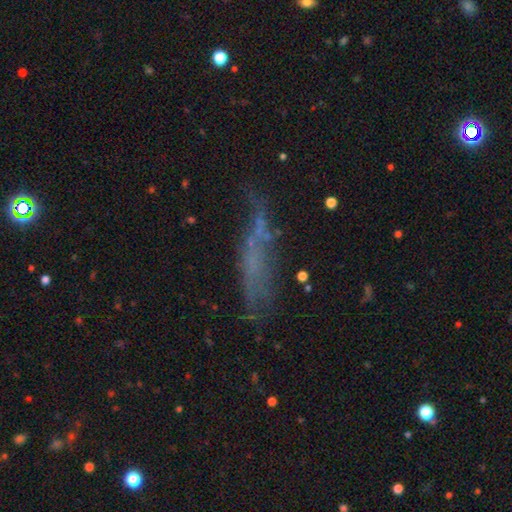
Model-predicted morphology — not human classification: smooth 41%, featured or disk 39%, star or artifact 20%. Down the decision tree: merging — none (51%).